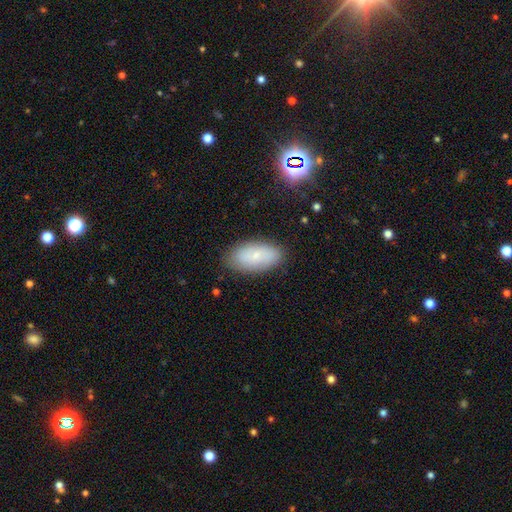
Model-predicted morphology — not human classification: smooth 68%, featured or disk 23%, star or artifact 9%. Down the decision tree: how rounded — in between (93%); merging — none (82%).